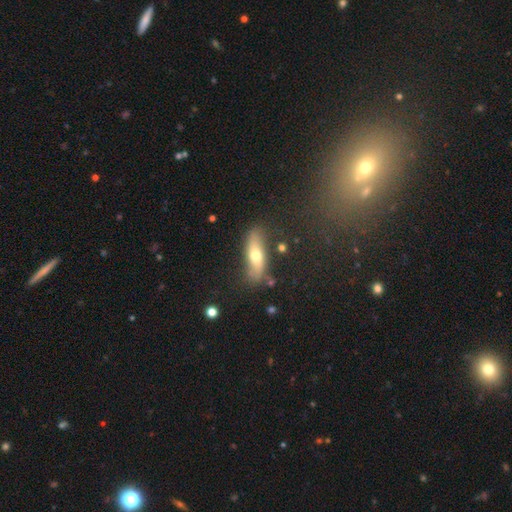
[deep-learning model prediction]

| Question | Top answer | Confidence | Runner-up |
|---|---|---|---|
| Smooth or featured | smooth | 55% | featured or disk (38%) |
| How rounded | in between | 52% | cigar-shaped (45%) |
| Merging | none | 76% | minor disturbance (16%) |